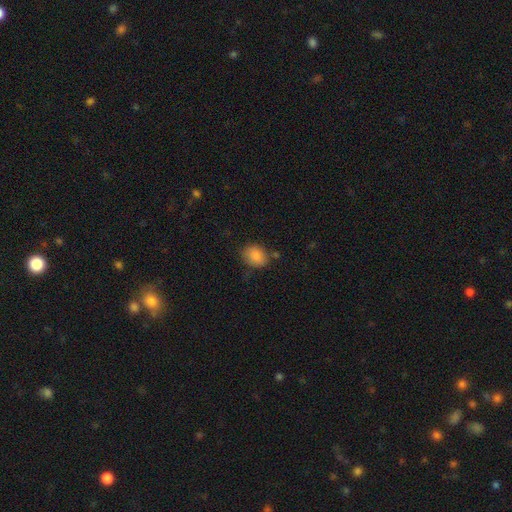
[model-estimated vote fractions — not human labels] The model was most divided on "how rounded": in between: 54%, round: 45%, cigar-shaped: 1%. More confident: smooth or featured — smooth (85%); merging — none (74%).